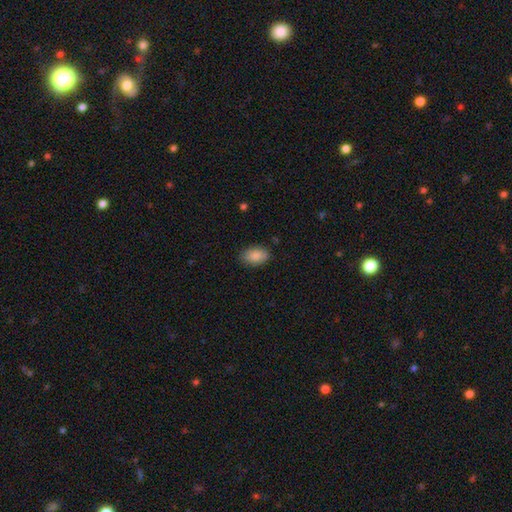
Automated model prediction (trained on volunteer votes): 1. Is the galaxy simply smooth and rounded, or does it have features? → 87% smooth, 7% star or artifact, 6% featured or disk.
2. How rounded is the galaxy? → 90% in between, 9% round, 1% cigar-shaped.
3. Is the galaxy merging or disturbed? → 84% none, 13% minor disturbance, 3% major disturbance, 1% merger.